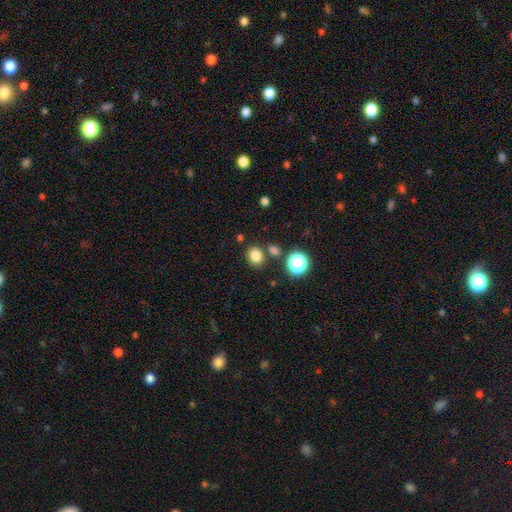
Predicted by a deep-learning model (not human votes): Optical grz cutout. It shows a smooth galaxy with no disk features (80%) that is round (65%). Merging: none (78%).